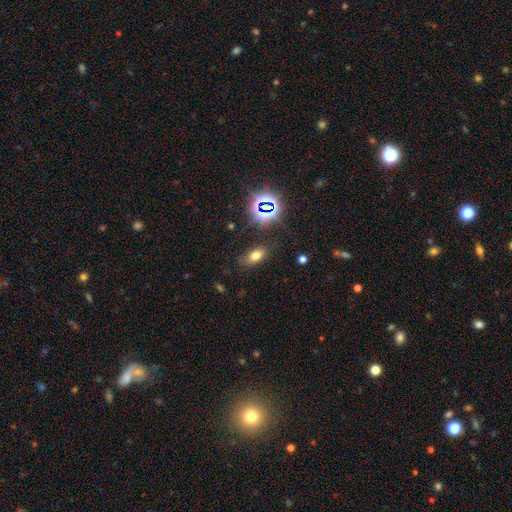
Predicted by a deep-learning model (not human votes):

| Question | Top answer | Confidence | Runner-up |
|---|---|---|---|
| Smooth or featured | smooth | 65% | star or artifact (24%) |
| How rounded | in between | 84% | round (10%) |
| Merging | none | 81% | minor disturbance (12%) |